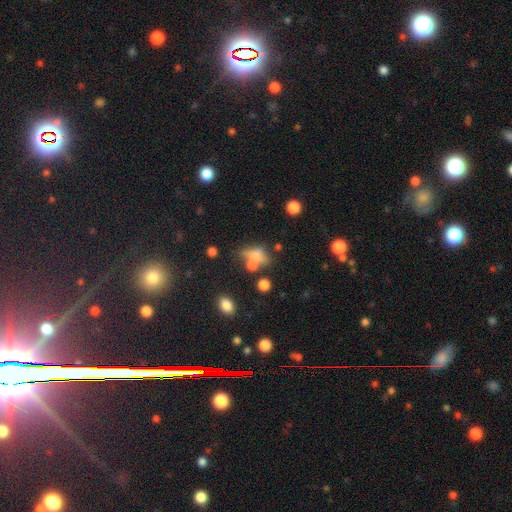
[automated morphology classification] smooth-or-featured: smooth: 60% | featured or disk: 25% | star or artifact: 15%
  how-rounded: in between: 66% | round: 22% | cigar-shaped: 13%
  merging: none: 41% | merger: 30% | minor disturbance: 17% | major disturbance: 12%